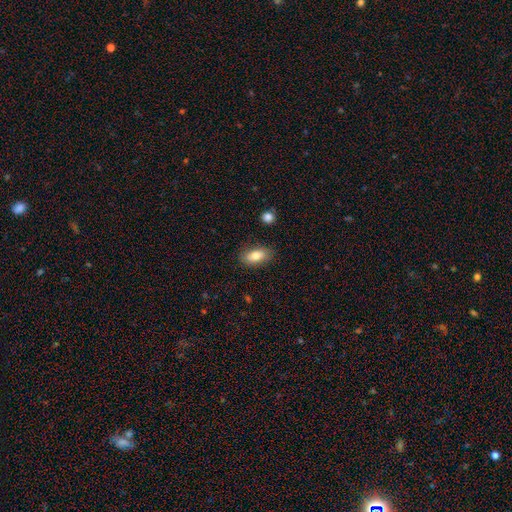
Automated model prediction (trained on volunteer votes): Q: Smooth or featured?
A: smooth (80%); runner-up: featured or disk (13%)
Q: How rounded?
A: in between (89%); runner-up: cigar-shaped (6%)
Q: Merging?
A: none (82%); runner-up: minor disturbance (13%)